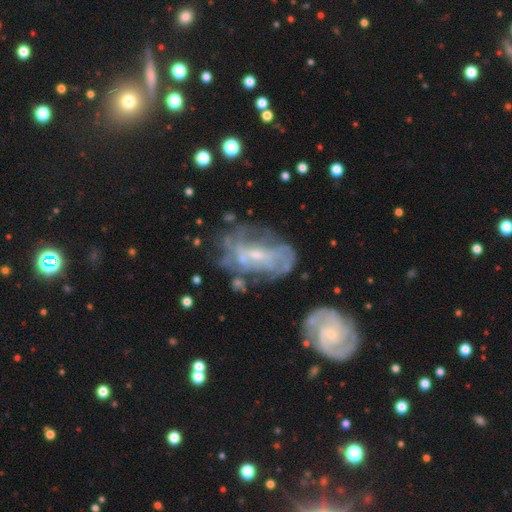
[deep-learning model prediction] smooth-or-featured: featured or disk: 72% | smooth: 17% | star or artifact: 10%
  disk-edge-on: no: 94% | yes: 6%
    bar: no: 51% | weak: 38% | strong: 11%
    has-spiral-arms: yes: 65% | no: 35%
    bulge-size: small: 63% | moderate: 23% | none: 11% | large: 2% | dominant: 1%
  merging: none: 48% | minor disturbance: 22% | major disturbance: 20% | merger: 11%